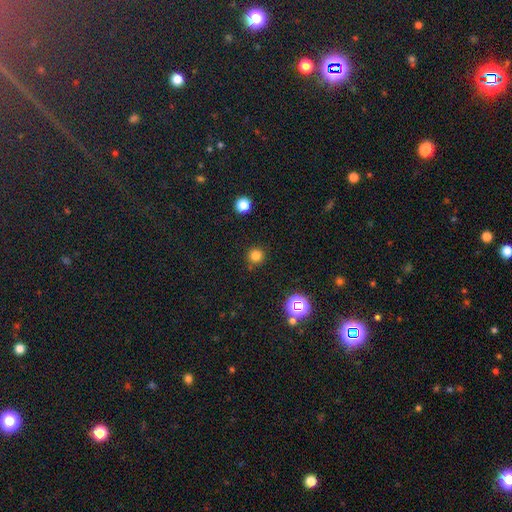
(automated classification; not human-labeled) A smooth galaxy with no disk features (80%) that is round (94%).

Vote fractions:
- Smooth or featured? smooth: 80% / star or artifact: 16% / featured or disk: 4%
- How rounded? round: 94% / in between: 5% / cigar-shaped: 1%
- Merging? none: 87% / minor disturbance: 7% / merger: 3% / major disturbance: 2%